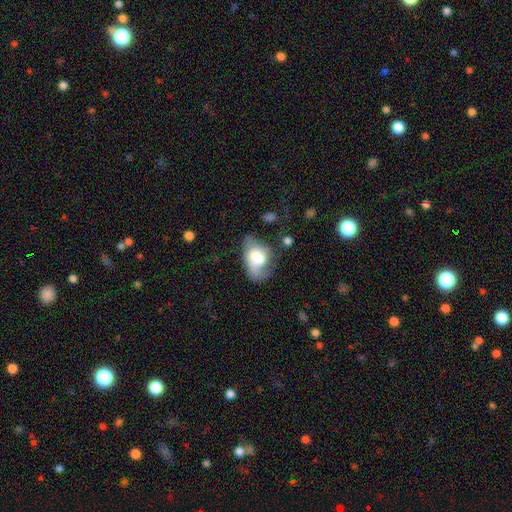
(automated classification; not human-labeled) Q: Smooth or featured?
A: smooth (57%); runner-up: featured or disk (35%)
Q: How rounded?
A: in between (82%); runner-up: round (16%)
Q: Merging?
A: major disturbance (31%); runner-up: minor disturbance (30%)